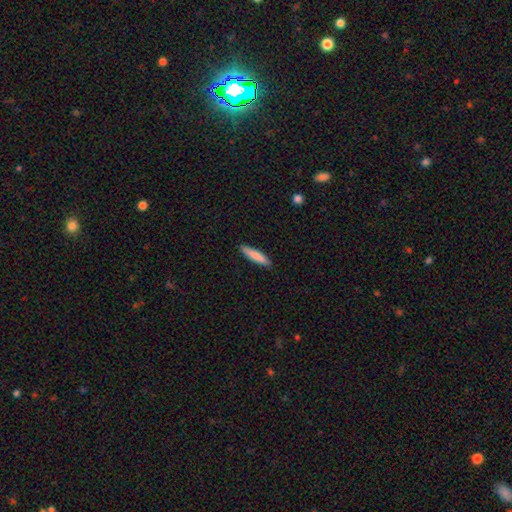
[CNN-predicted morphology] A smooth galaxy with no disk features (81%) that is cigar-shaped (87%).

Vote fractions:
- Smooth or featured? smooth: 81% / featured or disk: 14% / star or artifact: 5%
- How rounded? cigar-shaped: 87% / in between: 12% / round: 1%
- Merging? none: 90% / minor disturbance: 7% / major disturbance: 1% / merger: 1%